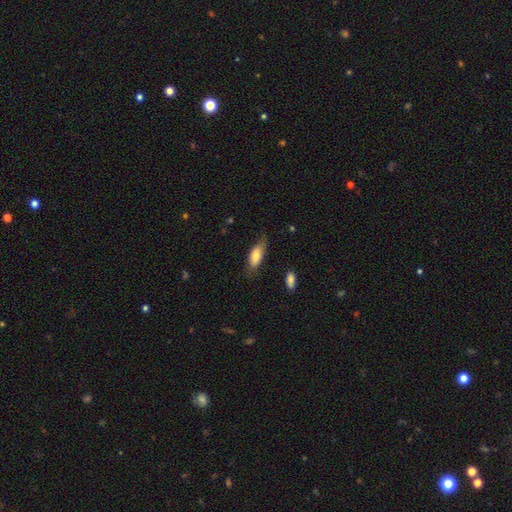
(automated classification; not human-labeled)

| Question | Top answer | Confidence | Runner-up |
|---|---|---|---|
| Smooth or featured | smooth | 75% | featured or disk (18%) |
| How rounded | in between | 77% | cigar-shaped (21%) |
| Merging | none | 66% | minor disturbance (26%) |